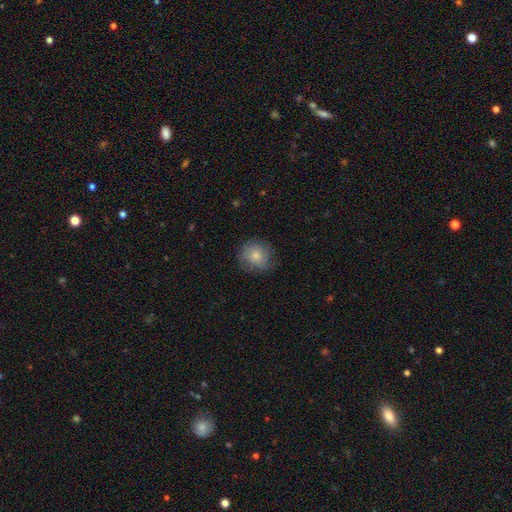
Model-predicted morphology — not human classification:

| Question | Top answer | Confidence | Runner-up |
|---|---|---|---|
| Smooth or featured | smooth | 79% | featured or disk (13%) |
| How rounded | round | 90% | in between (9%) |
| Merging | none | 77% | minor disturbance (18%) |